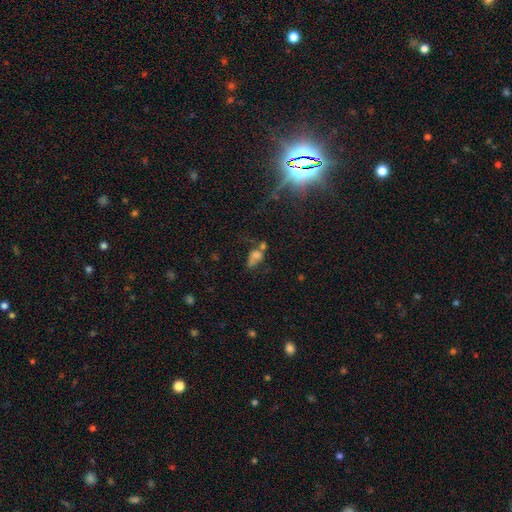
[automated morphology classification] This appears to be a smooth galaxy with no disk features (58%) that is in between round and cigar-shaped (75%). Merging: merger (37%).